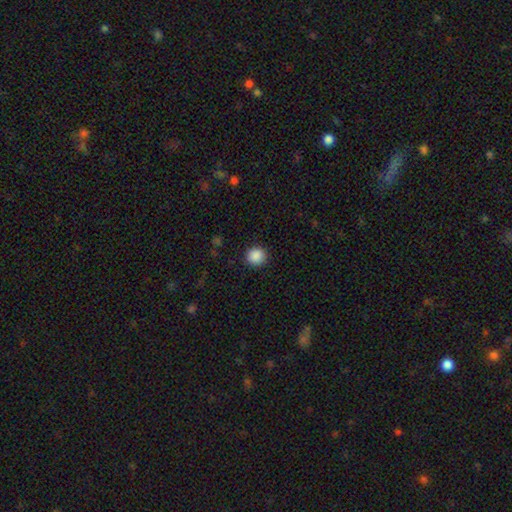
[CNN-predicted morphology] This appears to be a smooth galaxy with no disk features (88%) that is round (91%). Merging: none (90%).